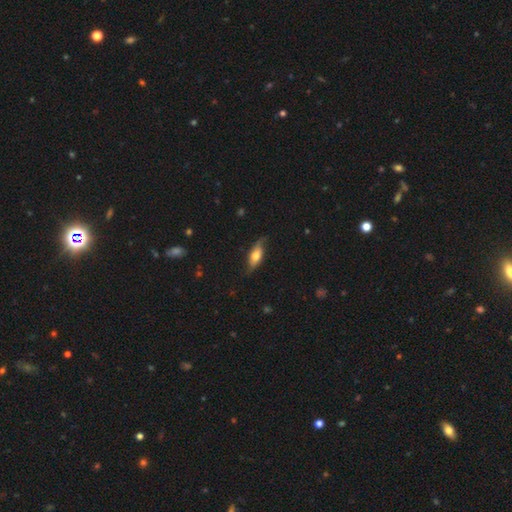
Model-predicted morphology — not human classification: Overall: smooth (52%; featured or disk 41%). How rounded: in between (72%). Merging: none (67%).